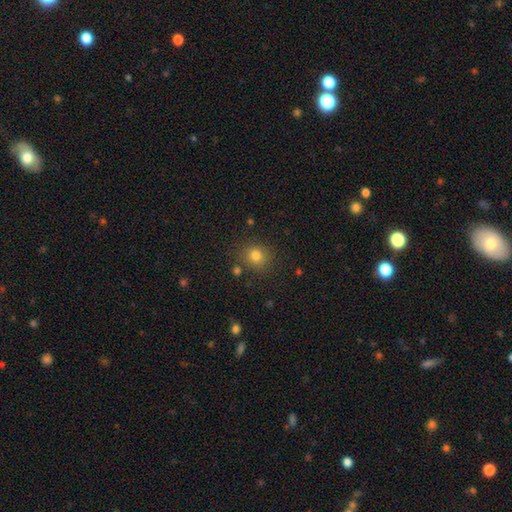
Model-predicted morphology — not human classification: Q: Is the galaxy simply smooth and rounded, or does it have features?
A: smooth — 79%.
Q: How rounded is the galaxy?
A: round — 80%.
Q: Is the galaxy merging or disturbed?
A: none — 82%.